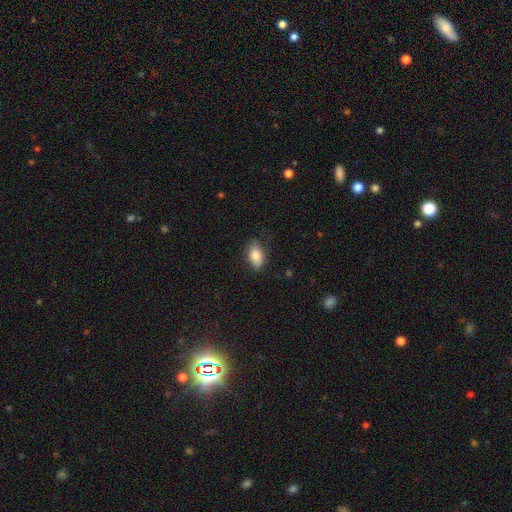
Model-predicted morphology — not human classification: This is clearly a smooth galaxy (83%). How rounded: clearly in between (90%). Merging: likely none (77%).